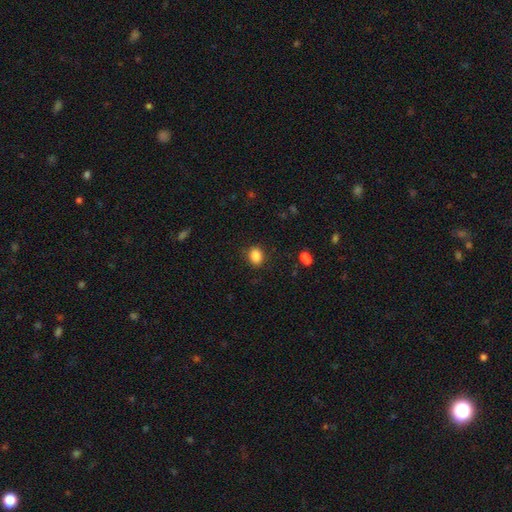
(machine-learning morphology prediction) A smooth galaxy with no disk features (87%) that is in between round and cigar-shaped (55%). Merging: none (85%).